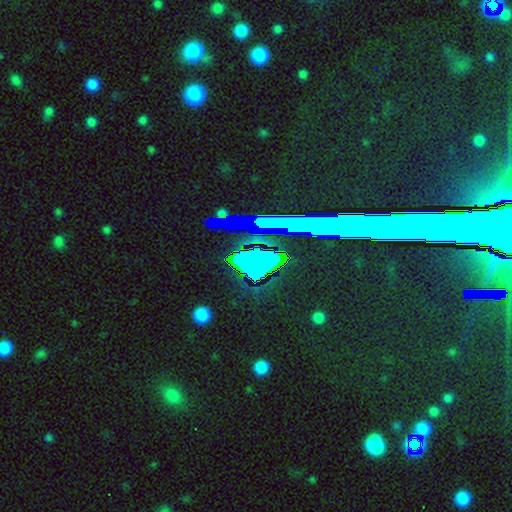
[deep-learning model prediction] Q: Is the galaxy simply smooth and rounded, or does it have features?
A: star or artifact — 74%.